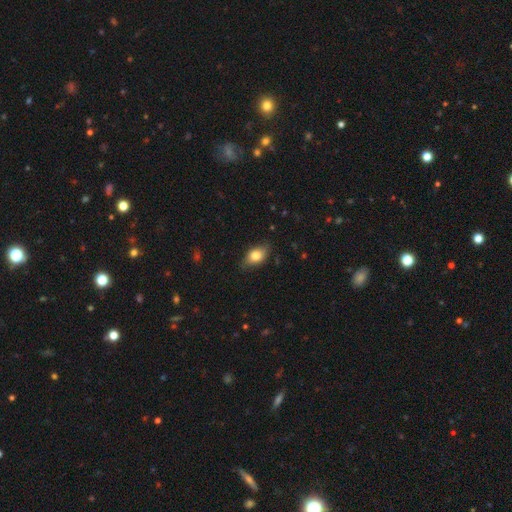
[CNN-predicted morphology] smooth-or-featured: smooth: 79% | featured or disk: 14% | star or artifact: 8%
  how-rounded: in between: 85% | round: 12% | cigar-shaped: 3%
  merging: none: 79% | minor disturbance: 17% | major disturbance: 3% | merger: 1%